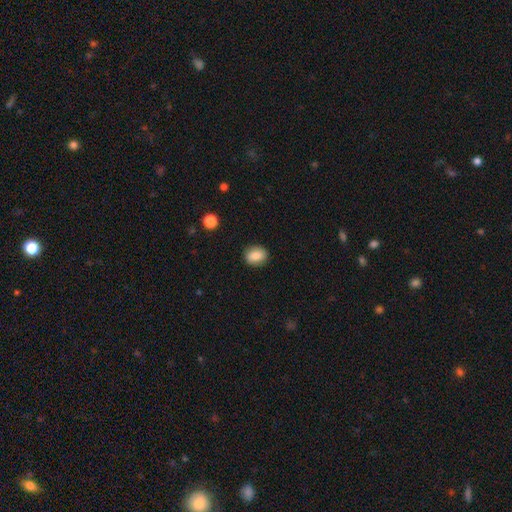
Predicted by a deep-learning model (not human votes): The model was most divided on "how rounded": in between: 51%, round: 48%, cigar-shaped: 1%. More confident: merging — none (87%); smooth or featured — smooth (84%).